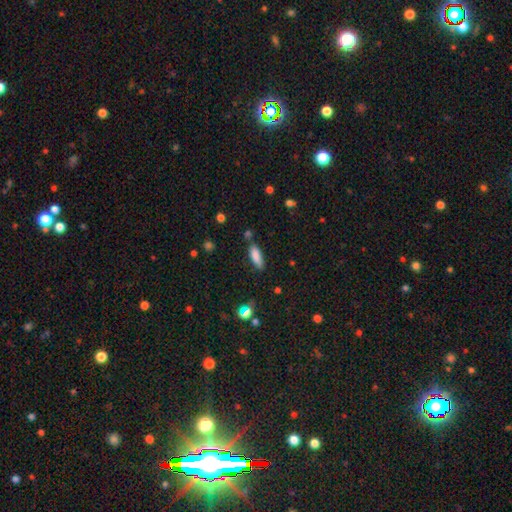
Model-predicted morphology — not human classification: Smooth or featured?
  - smooth: 84% *
  - star or artifact: 9%
  - featured or disk: 8%
How rounded?
  - in between: 61% *
  - cigar-shaped: 37%
  - round: 2%
Merging?
  - none: 72% *
  - minor disturbance: 19%
  - merger: 6%
  - major disturbance: 4%